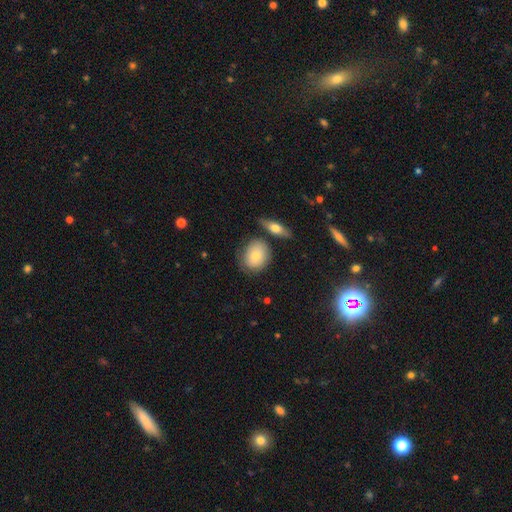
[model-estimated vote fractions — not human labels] smooth_or_featured: smooth (p=0.76) [alt: featured or disk p=0.17]
how_rounded: round (p=0.59) [alt: in between p=0.40]
merging: none (p=0.66) [alt: minor disturbance p=0.19]